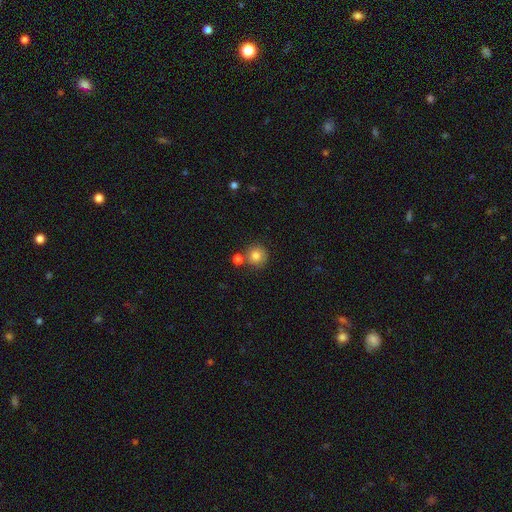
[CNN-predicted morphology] Smooth or featured? smooth (81%)
How rounded? round (92%)
Merging? none (70%)